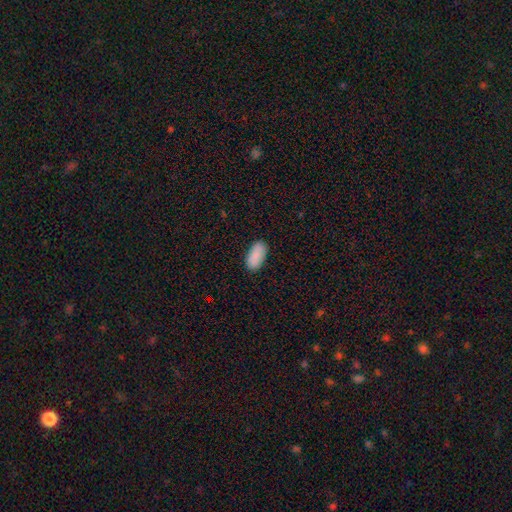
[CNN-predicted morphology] This is clearly a smooth galaxy (90%). How rounded: clearly in between (93%). Merging: clearly none (86%).